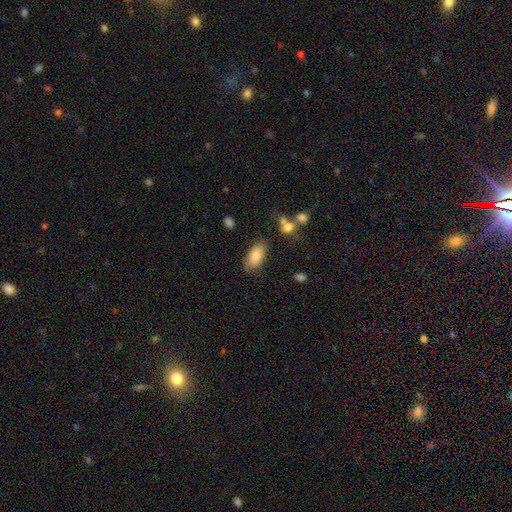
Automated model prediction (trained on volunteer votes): Smooth or featured: smooth — 83% (featured or disk — 10%)
How rounded: in between — 92% (cigar-shaped — 5%)
Merging: none — 78% (minor disturbance — 15%)